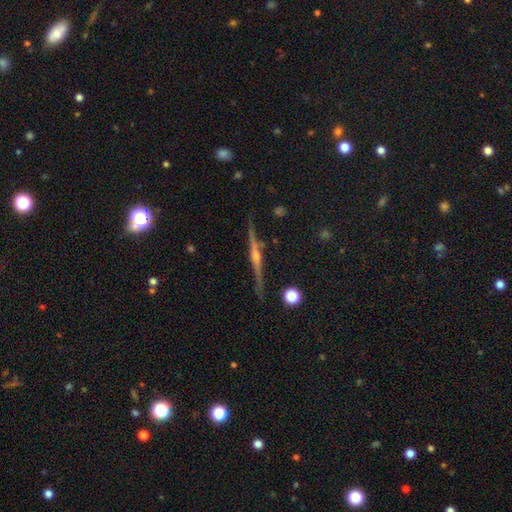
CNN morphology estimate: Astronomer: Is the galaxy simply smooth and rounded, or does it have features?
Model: featured or disk — 83%.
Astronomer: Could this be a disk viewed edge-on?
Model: yes — 98%.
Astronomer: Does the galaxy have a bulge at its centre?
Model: rounded — 84%.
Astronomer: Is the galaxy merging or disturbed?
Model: none — 86%.